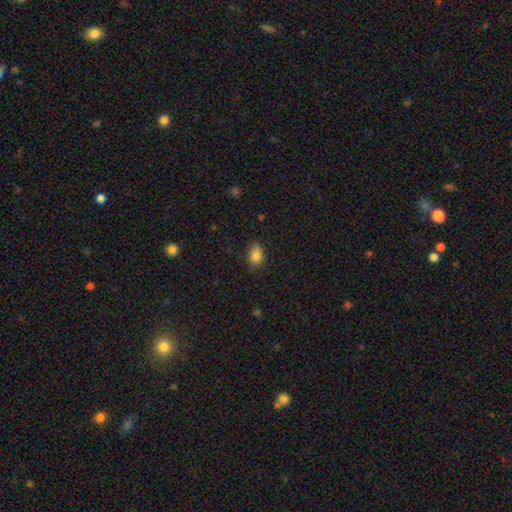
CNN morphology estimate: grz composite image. It shows a smooth galaxy with no disk features (85%) that is in between round and cigar-shaped (82%). Merging: none (79%).